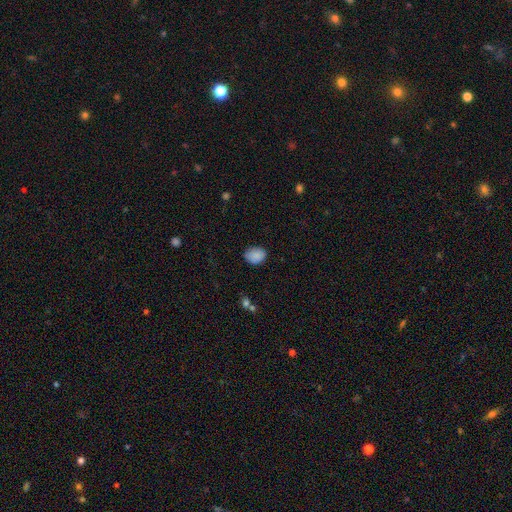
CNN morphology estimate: Q: Smooth or featured?
A: smooth (87%); runner-up: star or artifact (8%)
Q: How rounded?
A: in between (59%); runner-up: round (40%)
Q: Merging?
A: none (75%); runner-up: minor disturbance (20%)